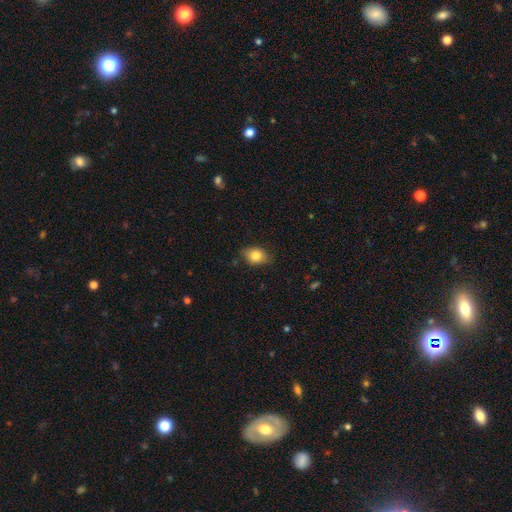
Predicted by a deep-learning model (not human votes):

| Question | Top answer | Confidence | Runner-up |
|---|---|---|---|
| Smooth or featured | smooth | 82% | featured or disk (9%) |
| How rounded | in between | 69% | round (29%) |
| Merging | none | 78% | minor disturbance (18%) |